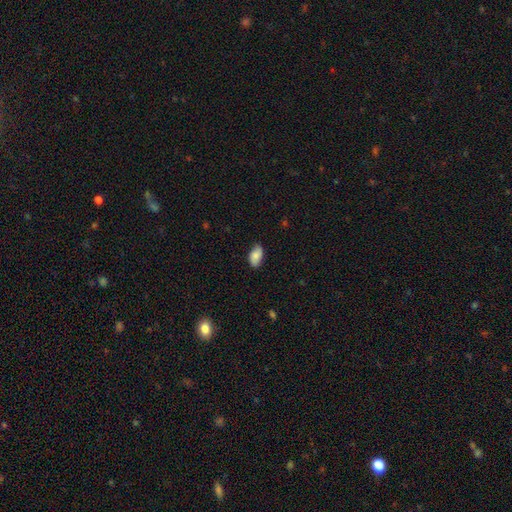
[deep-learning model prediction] Q: Smooth or featured?
A: smooth (81%); runner-up: featured or disk (12%)
Q: How rounded?
A: in between (94%); runner-up: round (4%)
Q: Merging?
A: none (79%); runner-up: minor disturbance (17%)